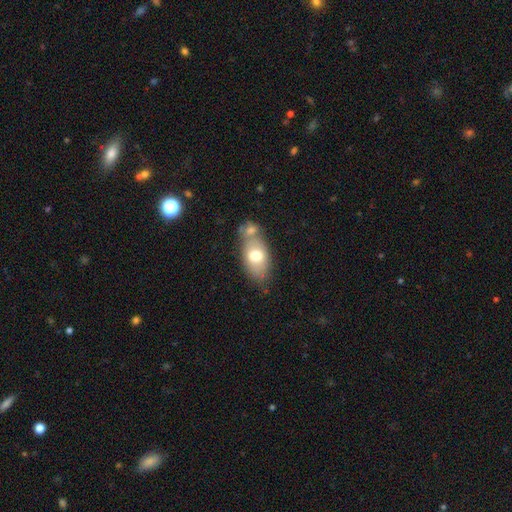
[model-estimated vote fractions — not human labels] Smooth or featured?
  - smooth: 69% *
  - featured or disk: 24%
  - star or artifact: 7%
How rounded?
  - in between: 89% *
  - round: 9%
  - cigar-shaped: 3%
Merging?
  - none: 43% *
  - merger: 37%
  - minor disturbance: 15%
  - major disturbance: 5%